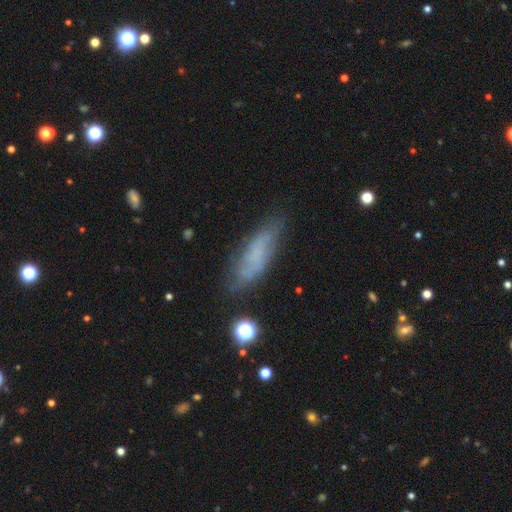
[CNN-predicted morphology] The model was most divided on "how rounded": cigar-shaped: 50%, in between: 48%, round: 2%. More confident: merging — none (69%); smooth or featured — smooth (53%).